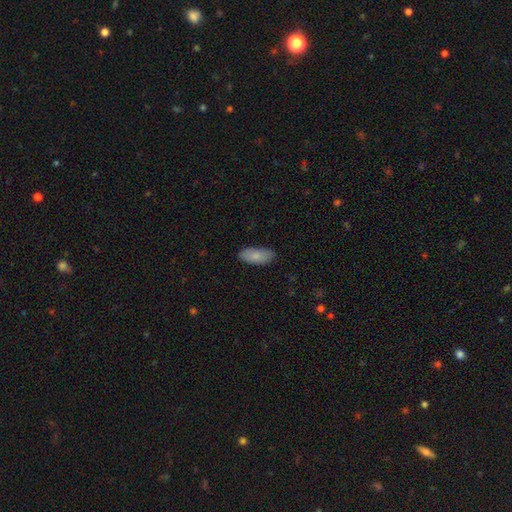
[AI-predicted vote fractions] Q: Smooth or featured?
A: smooth (85%); runner-up: featured or disk (9%)
Q: How rounded?
A: in between (87%); runner-up: cigar-shaped (11%)
Q: Merging?
A: none (85%); runner-up: minor disturbance (12%)